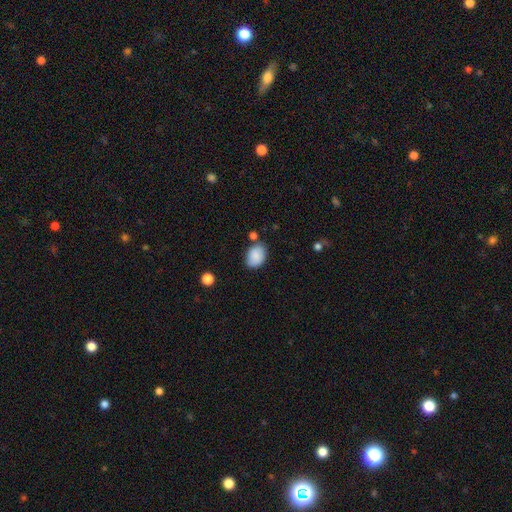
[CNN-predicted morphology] smooth 85%, featured or disk 7%, star or artifact 7%. Down the decision tree: how rounded — in between (78%); merging — none (72%).